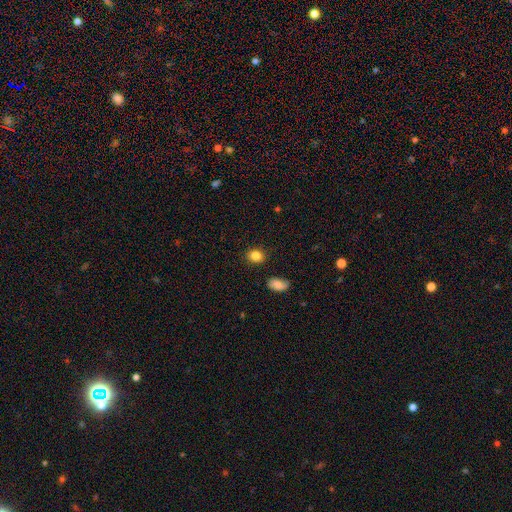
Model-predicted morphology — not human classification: Smooth or featured: smooth — 85% (star or artifact — 10%)
How rounded: round — 50% (in between — 49%)
Merging: none — 86% (minor disturbance — 9%)